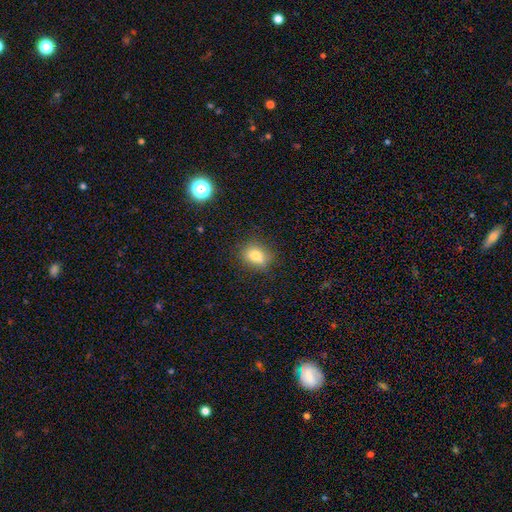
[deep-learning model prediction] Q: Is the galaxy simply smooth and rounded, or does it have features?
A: smooth — 79%.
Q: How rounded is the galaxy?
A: in between — 53%.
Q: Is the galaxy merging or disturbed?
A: none — 79%.